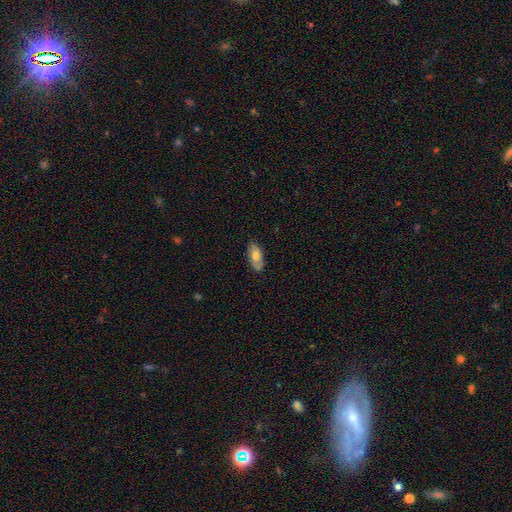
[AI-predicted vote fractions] Overall: smooth (74%). How rounded: in between (86%). Merging: none (77%).